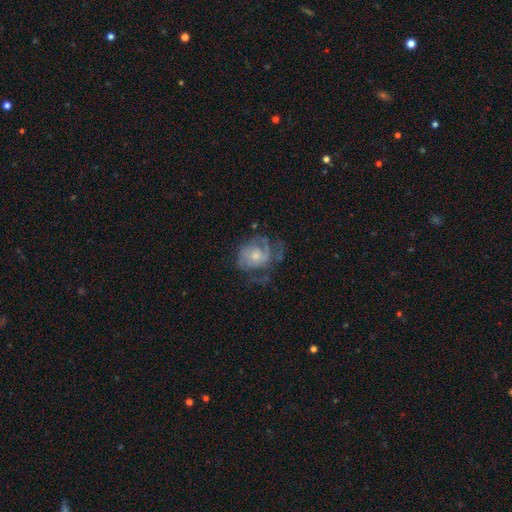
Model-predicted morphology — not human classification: featured or disk 71%, smooth 22%, star or artifact 7%. Down the decision tree: edge-on disk — no (98%); bar — no (77%); spiral arms — yes (82%); spiral arm count — 2 (37%); spiral winding — tight (41%); bulge size — small (53%); merging — none (43%).